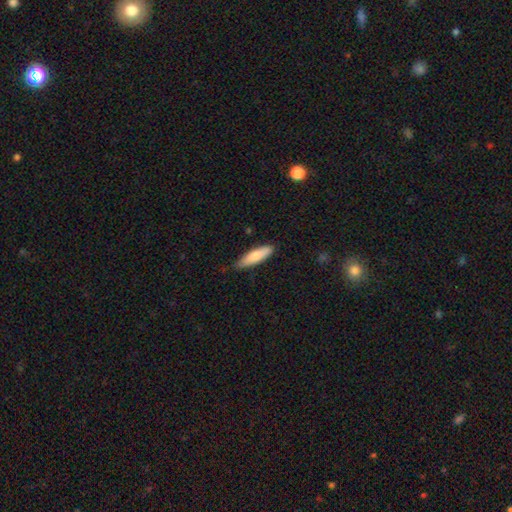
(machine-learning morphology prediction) Q: Smooth or featured?
A: smooth (75%); runner-up: featured or disk (19%)
Q: How rounded?
A: cigar-shaped (61%); runner-up: in between (37%)
Q: Merging?
A: none (79%); runner-up: minor disturbance (17%)